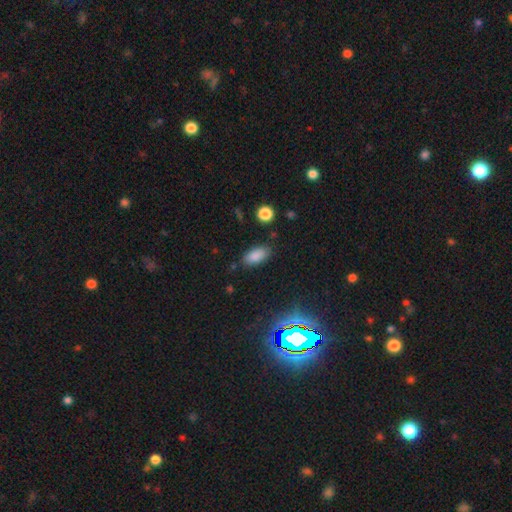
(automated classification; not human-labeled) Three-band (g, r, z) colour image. It shows a smooth galaxy with no disk features (84%) that is in between round and cigar-shaped (90%). Merging: none (81%).